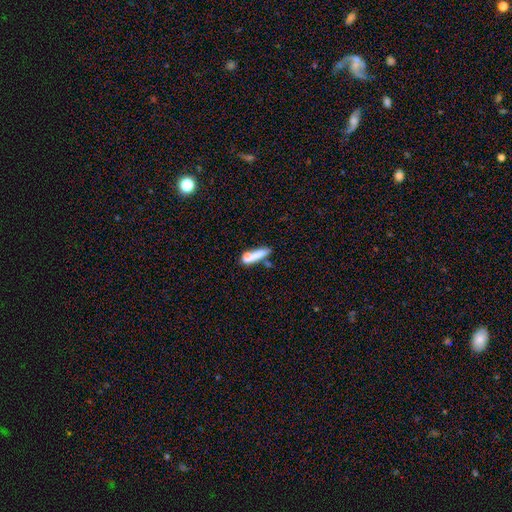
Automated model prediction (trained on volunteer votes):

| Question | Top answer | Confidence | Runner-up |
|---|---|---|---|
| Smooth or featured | smooth | 71% | featured or disk (21%) |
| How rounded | cigar-shaped | 70% | in between (26%) |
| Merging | none | 42% | merger (32%) |